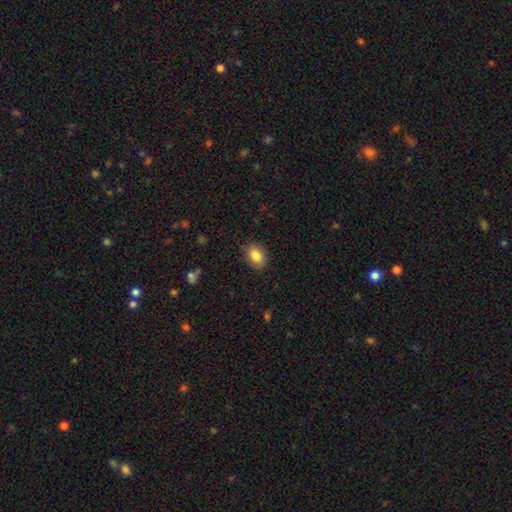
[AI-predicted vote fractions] Smooth or featured? Predicted: smooth (p=0.84). How rounded? Predicted: in between (p=0.77). Merging? Predicted: none (p=0.81).